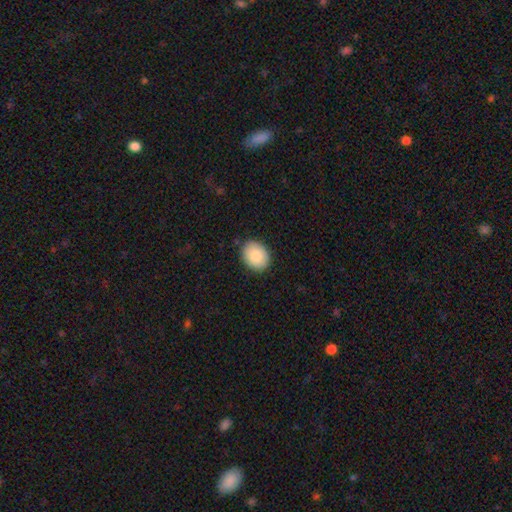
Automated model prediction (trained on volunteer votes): Morphology: type=smooth (85%); roundness=in between (55%); merging=none (87%).